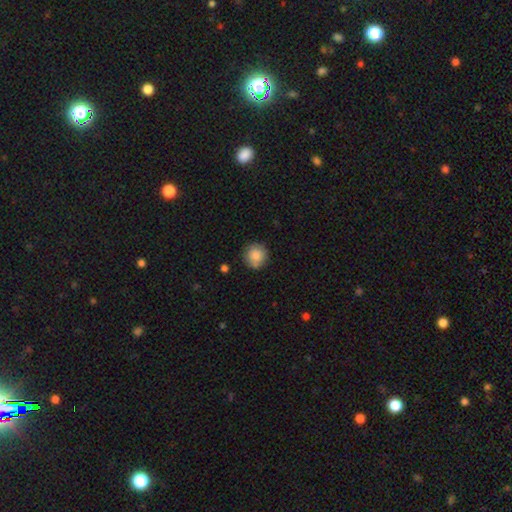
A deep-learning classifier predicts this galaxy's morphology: Smooth or featured: smooth — 85% (star or artifact — 8%)
How rounded: round — 92% (in between — 7%)
Merging: none — 80% (minor disturbance — 14%)